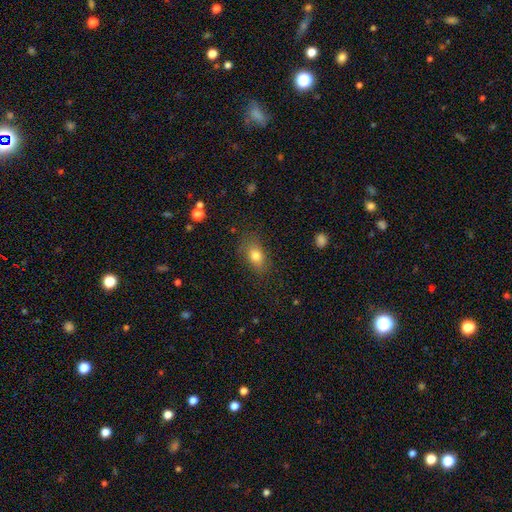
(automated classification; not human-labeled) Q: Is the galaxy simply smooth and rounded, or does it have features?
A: smooth — 79%.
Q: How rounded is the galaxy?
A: in between — 79%.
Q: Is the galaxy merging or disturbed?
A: none — 77%.